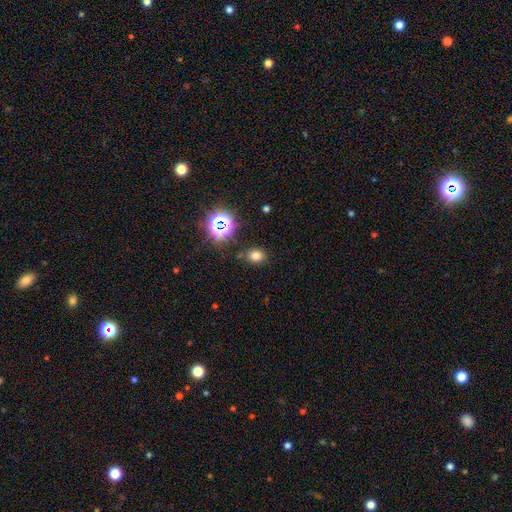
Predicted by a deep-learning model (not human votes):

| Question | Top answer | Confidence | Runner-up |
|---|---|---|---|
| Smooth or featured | smooth | 72% | star or artifact (22%) |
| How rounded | round | 51% | in between (48%) |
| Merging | none | 80% | minor disturbance (13%) |